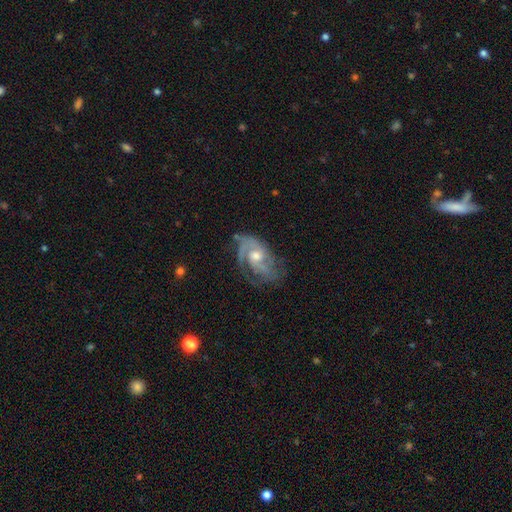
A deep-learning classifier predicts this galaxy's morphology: This appears to be a featured or disk galaxy (86%) with no bar (64%), 2 (46%) medium (44%) spiral arms (95%) and a moderate central bulge (68%). Merging: none (59%).